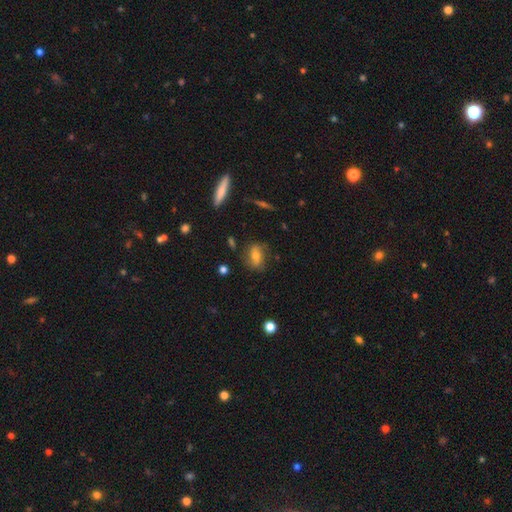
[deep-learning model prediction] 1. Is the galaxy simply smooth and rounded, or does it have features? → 57% smooth, 32% featured or disk, 11% star or artifact.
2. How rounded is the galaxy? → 69% in between, 25% round, 5% cigar-shaped.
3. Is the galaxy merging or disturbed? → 72% none, 19% minor disturbance, 7% major disturbance, 2% merger.